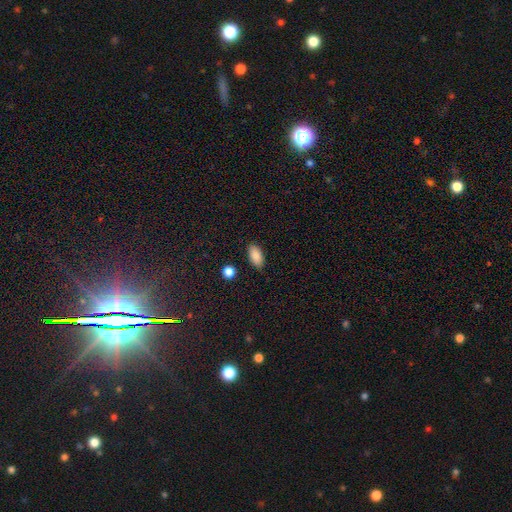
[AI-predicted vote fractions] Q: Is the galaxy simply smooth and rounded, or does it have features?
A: smooth — 88%.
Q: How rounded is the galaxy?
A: in between — 91%.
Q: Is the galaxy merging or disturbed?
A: none — 85%.